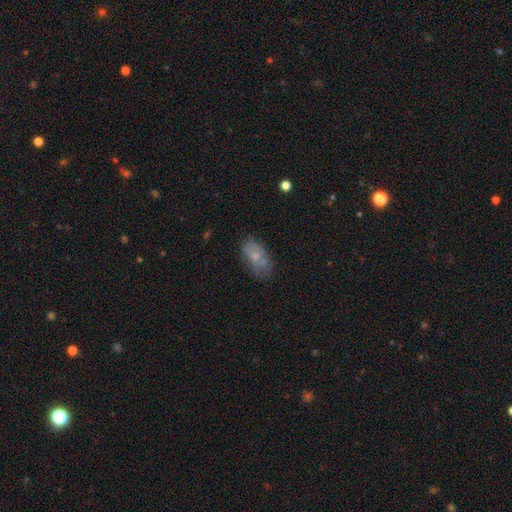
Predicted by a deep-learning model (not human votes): Morphology: type=smooth (59%); roundness=in between (91%); merging=none (60%).